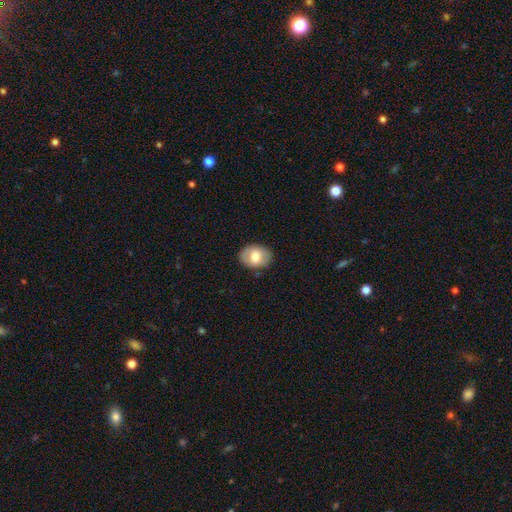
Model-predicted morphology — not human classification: smooth 72%, featured or disk 21%, star or artifact 7%. Down the decision tree: how rounded — in between (68%); merging — none (85%).